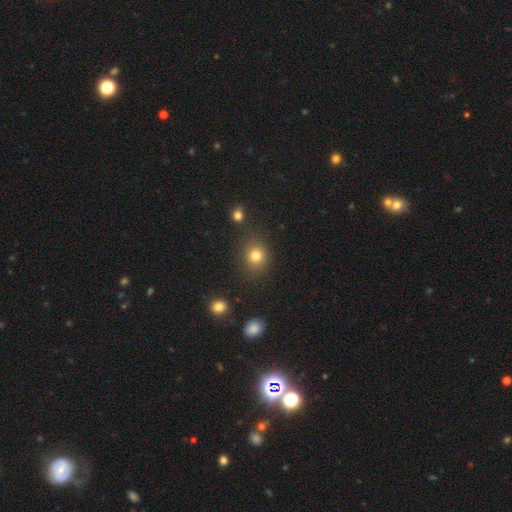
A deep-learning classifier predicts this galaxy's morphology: Smooth or featured? smooth (80%)
How rounded? round (73%)
Merging? none (81%)